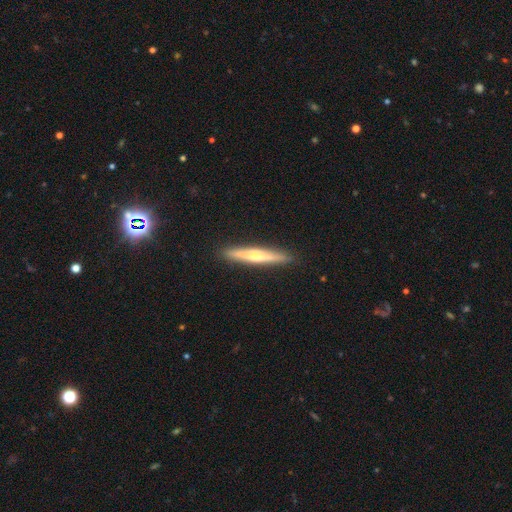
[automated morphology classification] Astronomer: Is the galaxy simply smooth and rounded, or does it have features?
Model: featured or disk — 51% (runner-up: smooth, 43%).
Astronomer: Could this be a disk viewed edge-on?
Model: yes — 95%.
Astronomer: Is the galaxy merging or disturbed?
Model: none — 91%.